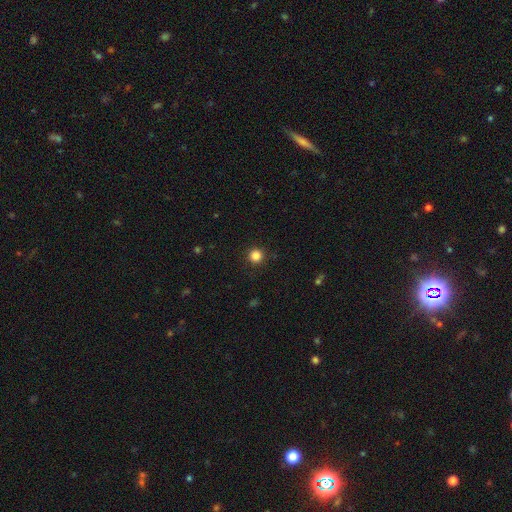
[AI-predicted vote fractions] smooth 84%, star or artifact 12%, featured or disk 4%. Down the decision tree: how rounded — round (96%); merging — none (92%).